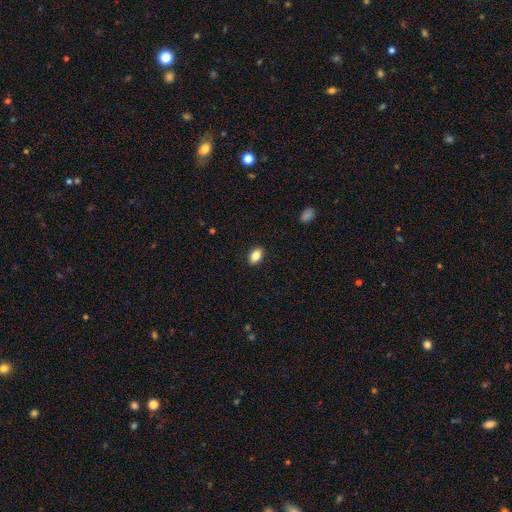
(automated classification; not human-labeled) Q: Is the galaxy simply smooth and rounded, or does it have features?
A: smooth — 85%.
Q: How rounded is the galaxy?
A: in between — 89%.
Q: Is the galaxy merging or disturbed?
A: none — 89%.